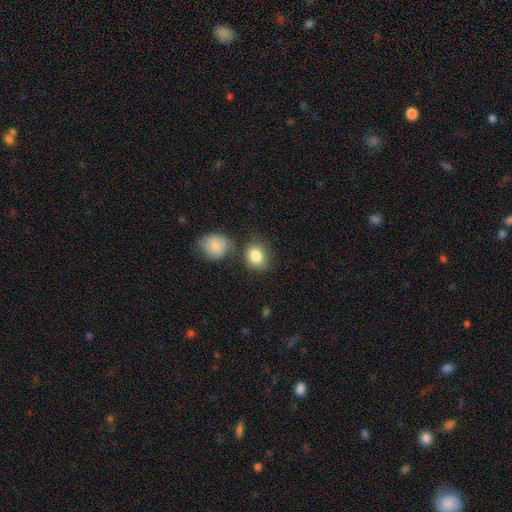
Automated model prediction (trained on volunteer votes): Morphology: type=smooth (86%); roundness=round (59%); merging=none (66%).